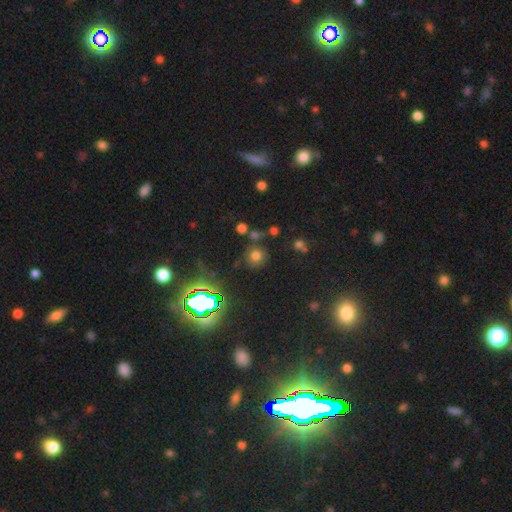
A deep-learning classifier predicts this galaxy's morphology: Smooth or featured: smooth — 62% (star or artifact — 29%)
How rounded: round — 89% (in between — 10%)
Merging: none — 78% (minor disturbance — 11%)